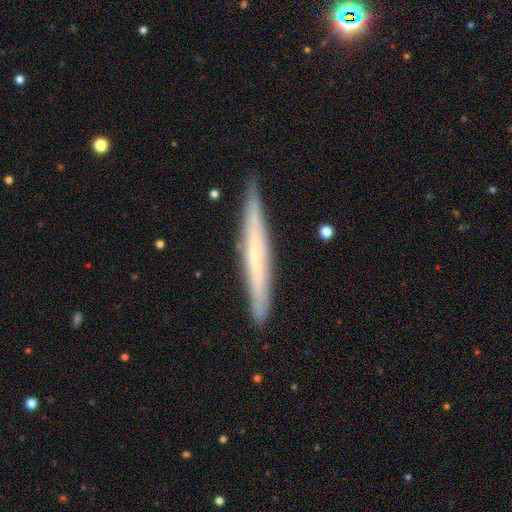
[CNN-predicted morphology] type=featured or disk (55%); edge-on=yes (95%); edge-on bulge=none (74%); merging=none (89%).